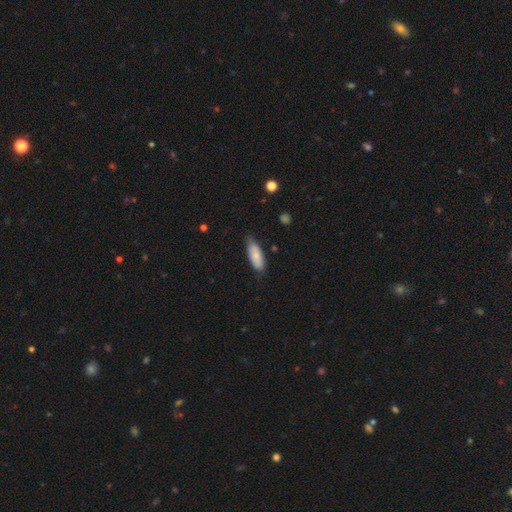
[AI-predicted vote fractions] Smooth or featured? smooth (78%)
How rounded? in between (76%)
Merging? none (70%)